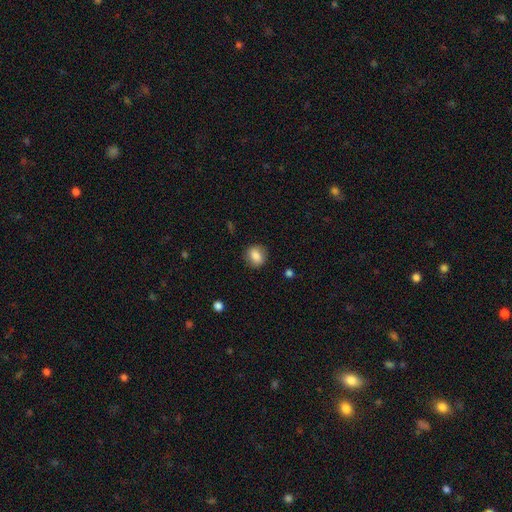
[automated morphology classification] smooth 83%, featured or disk 9%, star or artifact 8%. Down the decision tree: how rounded — round (64%); merging — none (85%).